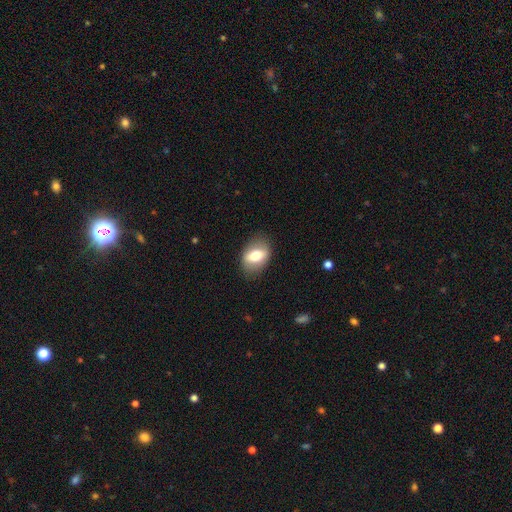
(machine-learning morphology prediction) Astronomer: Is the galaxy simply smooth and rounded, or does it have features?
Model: smooth — 65%.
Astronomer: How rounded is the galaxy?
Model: in between — 78%.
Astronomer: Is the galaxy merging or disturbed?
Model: none — 81%.